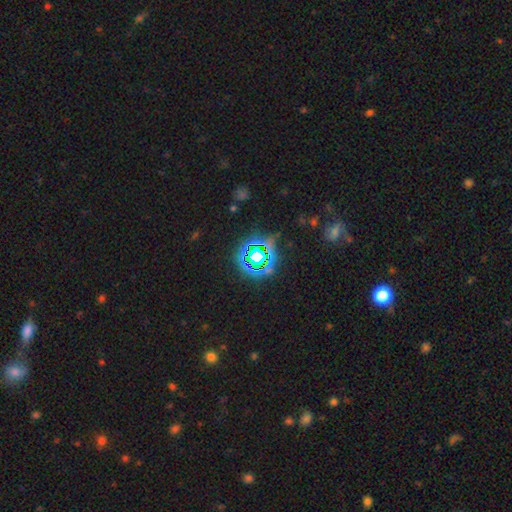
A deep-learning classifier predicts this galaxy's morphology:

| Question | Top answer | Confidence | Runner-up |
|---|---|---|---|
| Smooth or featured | star or artifact | 76% | smooth (14%) |